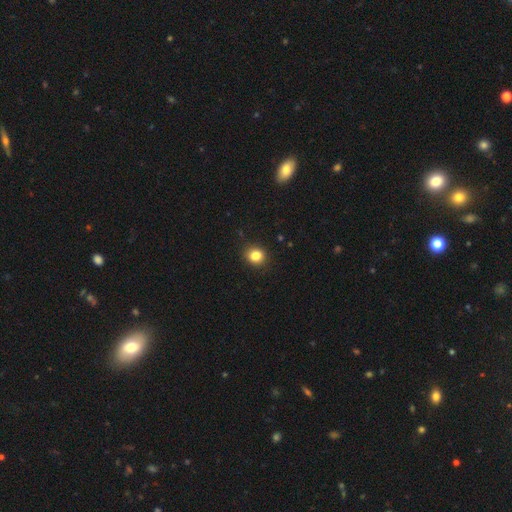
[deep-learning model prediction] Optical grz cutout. It shows a smooth galaxy with no disk features (83%) that is round (78%). Merging: none (90%).